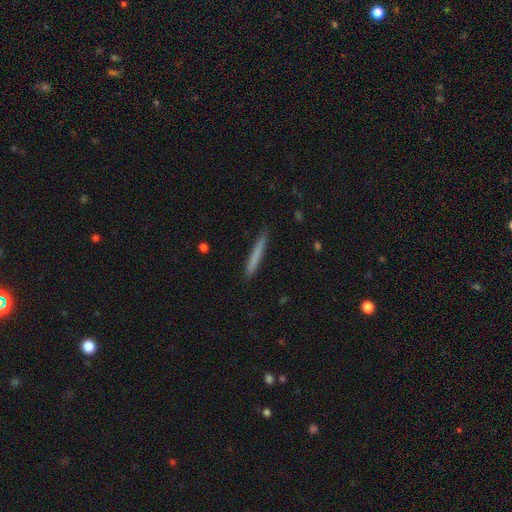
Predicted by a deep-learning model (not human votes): This appears to be a smooth galaxy with no disk features (73%) that is cigar-shaped (97%). Merging: none (90%).